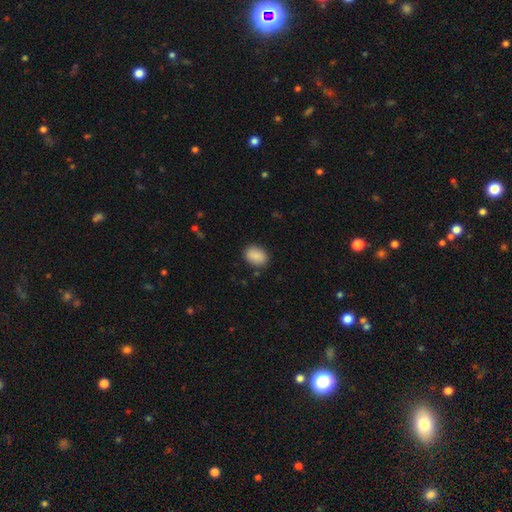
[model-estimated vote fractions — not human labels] smooth 89%, star or artifact 7%, featured or disk 4%. Down the decision tree: how rounded — in between (78%); merging — none (86%).